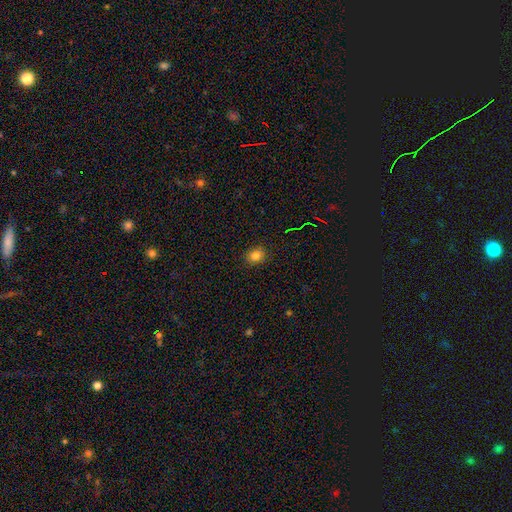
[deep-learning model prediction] The model was most divided on "how rounded": round: 72%, in between: 27%, cigar-shaped: 1%. More confident: merging — none (88%); smooth or featured — smooth (80%).